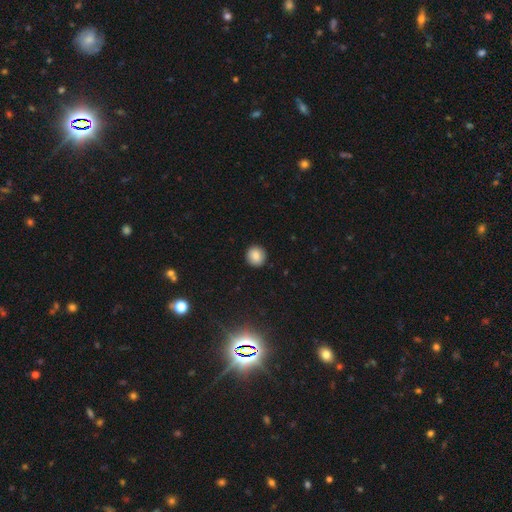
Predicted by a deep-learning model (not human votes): Smooth or featured? Predicted: smooth (p=0.85). How rounded? Predicted: round (p=0.93). Merging? Predicted: none (p=0.92).